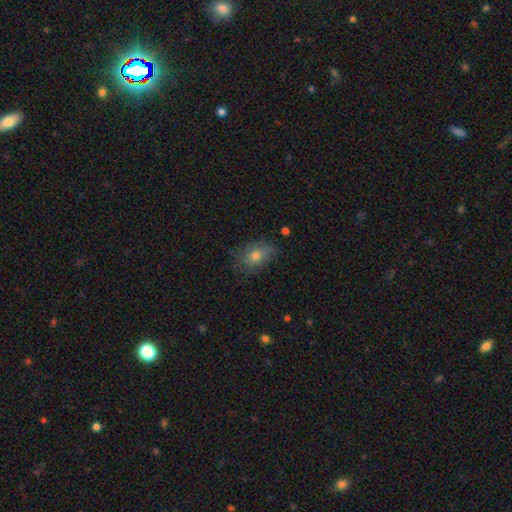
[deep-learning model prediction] smooth_or_featured: smooth (p=0.69) [alt: featured or disk p=0.19]
how_rounded: in between (p=0.74) [alt: round p=0.23]
merging: none (p=0.69) [alt: minor disturbance p=0.23]